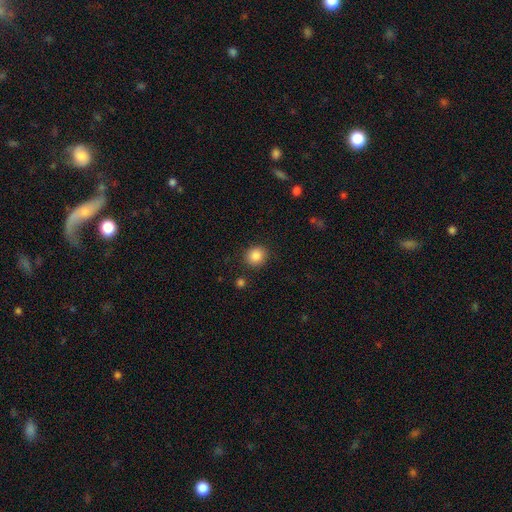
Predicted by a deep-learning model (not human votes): The model was most divided on "how rounded": round: 82%, in between: 17%, cigar-shaped: 1%. More confident: merging — none (88%); smooth or featured — smooth (87%).